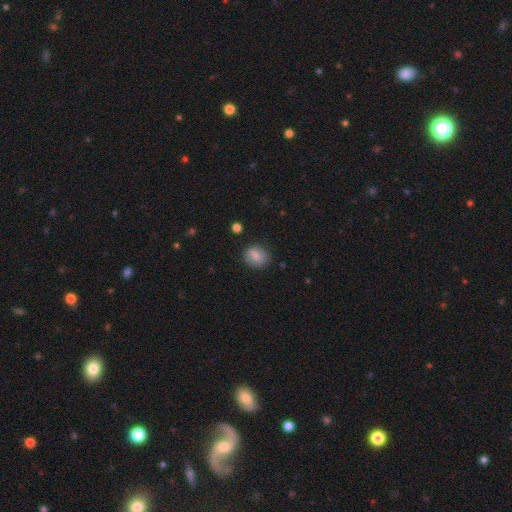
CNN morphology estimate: This appears to be a smooth galaxy with no disk features (73%) that is round (61%). Merging: none (80%).